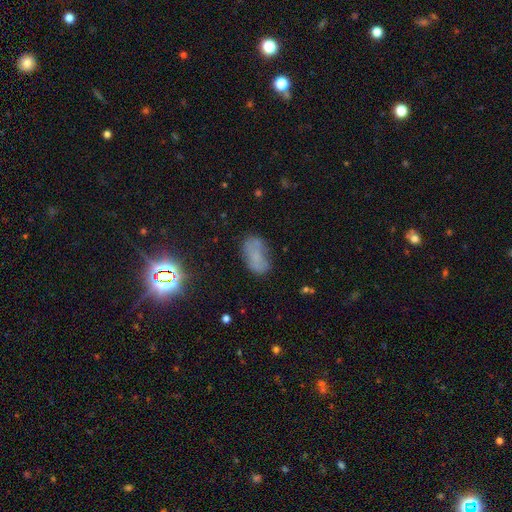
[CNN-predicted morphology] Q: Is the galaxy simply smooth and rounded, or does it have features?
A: smooth — 57%.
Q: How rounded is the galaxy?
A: in between — 91%.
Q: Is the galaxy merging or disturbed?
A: none — 58%.